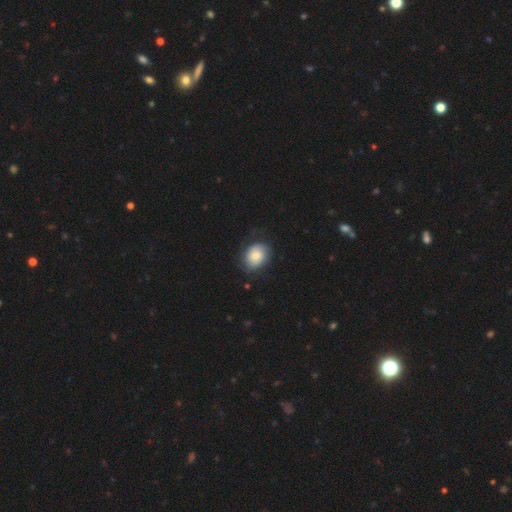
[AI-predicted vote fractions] The model was most divided on "how rounded": in between: 57%, round: 42%, cigar-shaped: 1%. More confident: merging — none (69%); smooth or featured — smooth (68%).